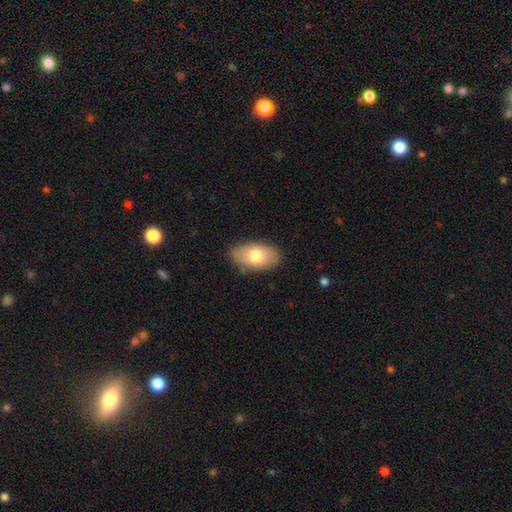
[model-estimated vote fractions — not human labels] The model was most divided on "smooth or featured": smooth: 74%, featured or disk: 19%, star or artifact: 6%. More confident: how rounded — in between (93%); merging — none (83%).